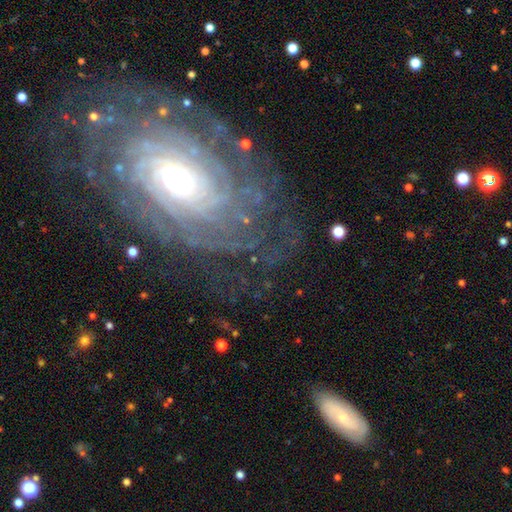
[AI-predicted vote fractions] A featured or disk galaxy (85%) with no bar (65%), tight (81%) spiral arms (95%) and a moderate central bulge (57%).

Vote fractions:
- Smooth or featured? featured or disk: 85% / star or artifact: 8% / smooth: 7%
- Edge-on disk? no: 95% / yes: 5%
- Bar? no: 65% / weak: 24% / strong: 11%
- Spiral arms? yes: 95% / no: 5%
- Spiral winding? tight: 81% / medium: 15% / loose: 4%
- Spiral arm count? can't tell: 37% / more than 4: 20% / 4: 14% / 2: 11% / 3: 11% / 1: 7%
- Bulge size? moderate: 57% / small: 23% / large: 17% / dominant: 2% / none: 2%
- Merging? none: 77% / minor disturbance: 14% / major disturbance: 7% / merger: 2%